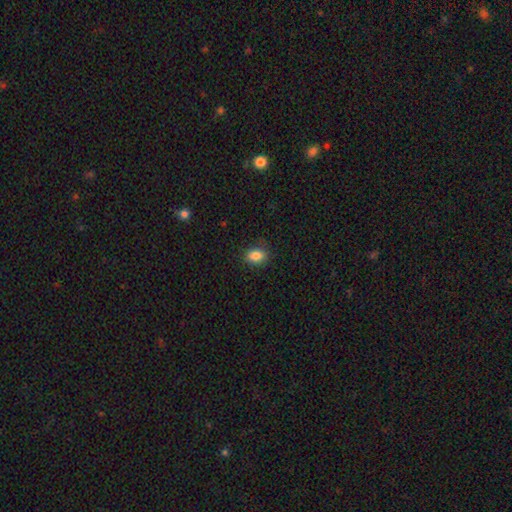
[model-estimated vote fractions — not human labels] Smooth or featured? Predicted: smooth (p=0.85). How rounded? Predicted: in between (p=0.72). Merging? Predicted: none (p=0.84).